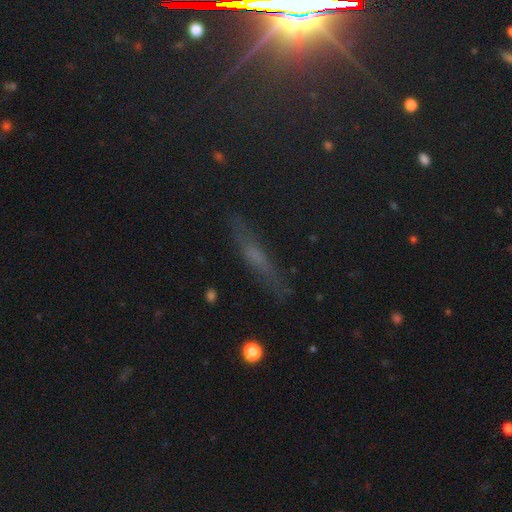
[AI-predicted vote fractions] A featured or disk galaxy (41%).

Vote fractions:
- Smooth or featured? featured or disk: 41% / smooth: 37% / star or artifact: 22%
- Merging? none: 78% / minor disturbance: 15% / major disturbance: 5% / merger: 2%